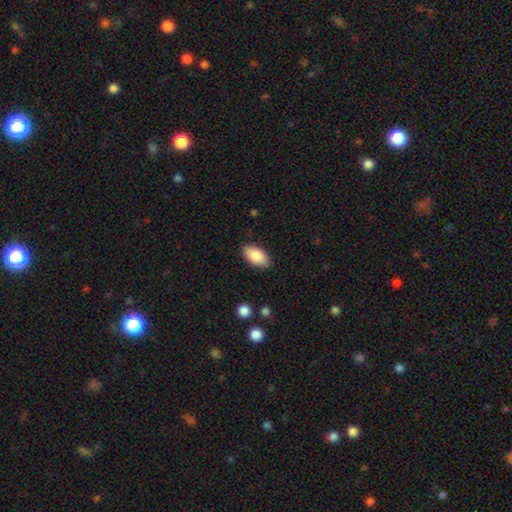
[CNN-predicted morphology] Smooth or featured: smooth — 85% (featured or disk — 8%)
How rounded: in between — 94% (cigar-shaped — 3%)
Merging: none — 86% (minor disturbance — 10%)